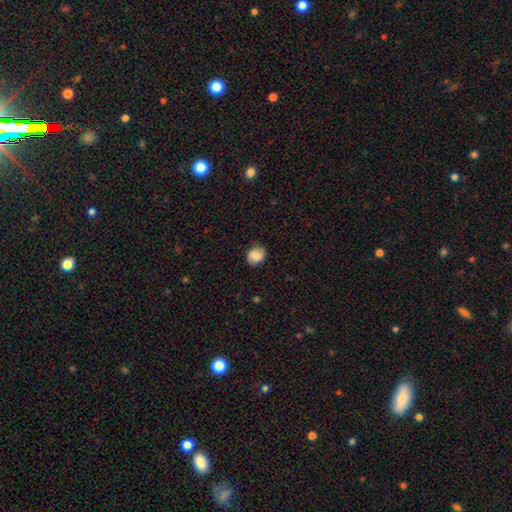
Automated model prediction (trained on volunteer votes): smooth_or_featured: smooth (p=0.77) [alt: featured or disk p=0.15]
how_rounded: round (p=0.58) [alt: in between p=0.41]
merging: none (p=0.83) [alt: minor disturbance p=0.13]